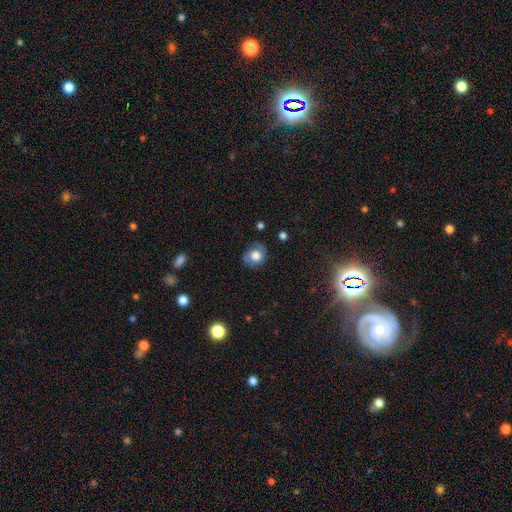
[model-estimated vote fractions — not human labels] Overall: smooth (70%). How rounded: round (68%; in between 31%). Merging: none (69%).